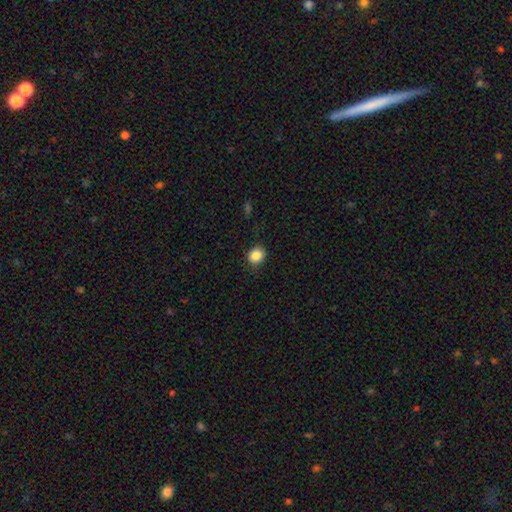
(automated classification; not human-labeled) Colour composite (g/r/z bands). It shows a smooth galaxy with no disk features (86%) that is round (64%). Merging: none (85%).